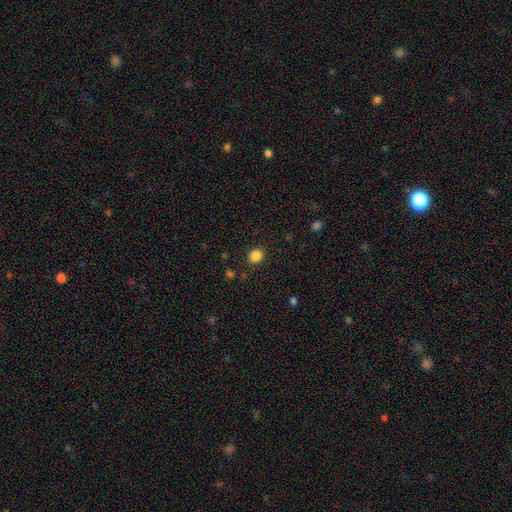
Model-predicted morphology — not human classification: smooth 85%, star or artifact 11%, featured or disk 3%. Down the decision tree: how rounded — round (66%); merging — none (89%).